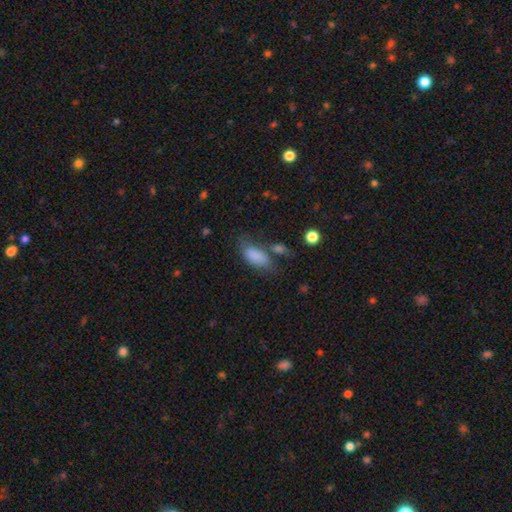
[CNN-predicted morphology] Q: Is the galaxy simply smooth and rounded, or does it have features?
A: smooth — 82%.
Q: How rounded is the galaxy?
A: in between — 88%.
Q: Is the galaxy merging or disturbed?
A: none — 46%.